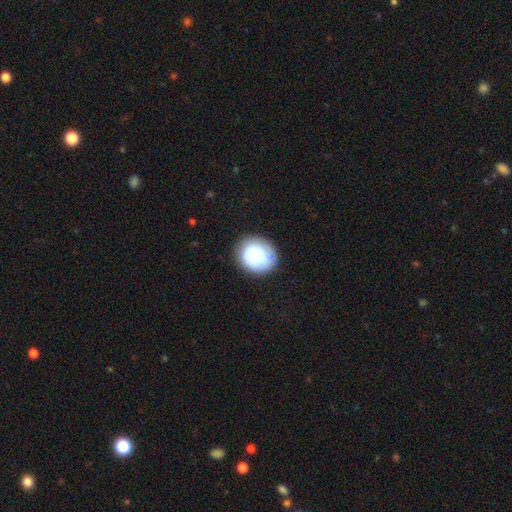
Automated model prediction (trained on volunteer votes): Overall: smooth (80%). How rounded: round (73%). Merging: none (80%).